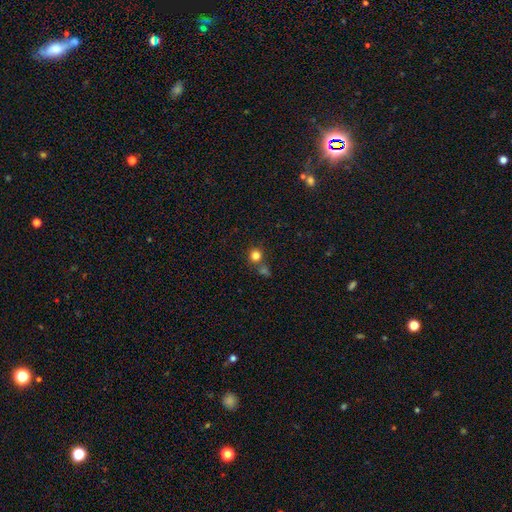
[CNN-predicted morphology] Smooth or featured: smooth — 82% (star or artifact — 13%)
How rounded: round — 91% (in between — 8%)
Merging: none — 69% (merger — 20%)